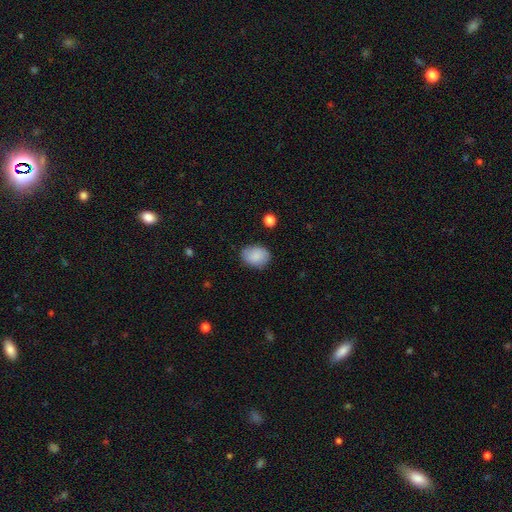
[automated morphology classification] A smooth galaxy with no disk features (87%) that is in between round and cigar-shaped (63%).

Vote fractions:
- Smooth or featured? smooth: 87% / star or artifact: 7% / featured or disk: 5%
- How rounded? in between: 63% / round: 36% / cigar-shaped: 1%
- Merging? none: 81% / minor disturbance: 15% / major disturbance: 3% / merger: 1%